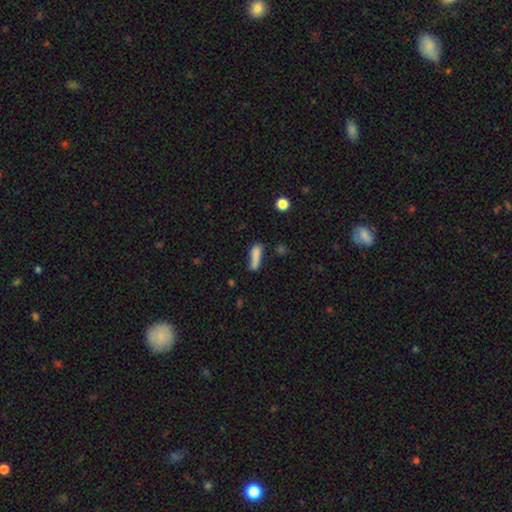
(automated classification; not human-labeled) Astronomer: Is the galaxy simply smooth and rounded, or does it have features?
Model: smooth — 76%.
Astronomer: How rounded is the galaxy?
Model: cigar-shaped — 63%.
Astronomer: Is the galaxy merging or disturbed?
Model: none — 46% (runner-up: minor disturbance, 24%).